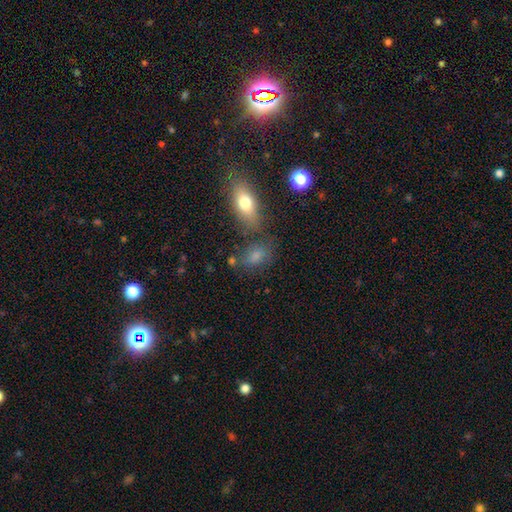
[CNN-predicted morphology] smooth 73%, star or artifact 15%, featured or disk 12%. Down the decision tree: how rounded — in between (78%); merging — none (63%).